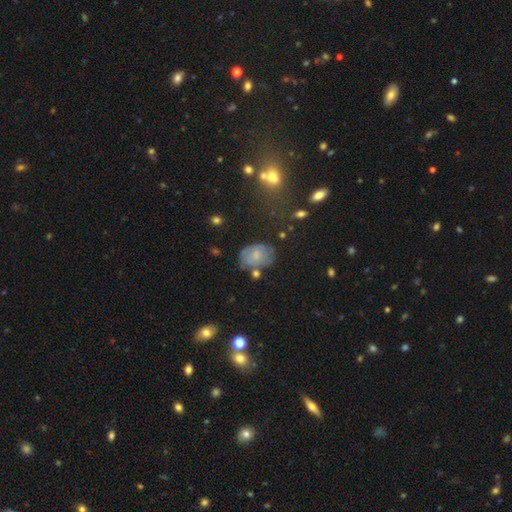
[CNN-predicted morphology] This is possibly a smooth galaxy (57%). How rounded: likely in between (70%). Merging: possibly none (58%).